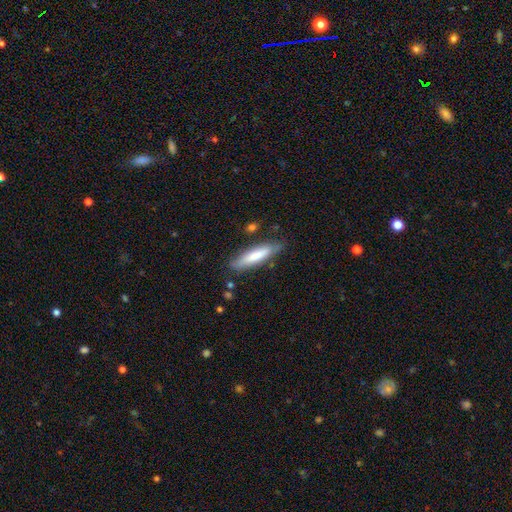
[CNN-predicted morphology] type=smooth (71%); roundness=cigar-shaped (77%); merging=none (79%).